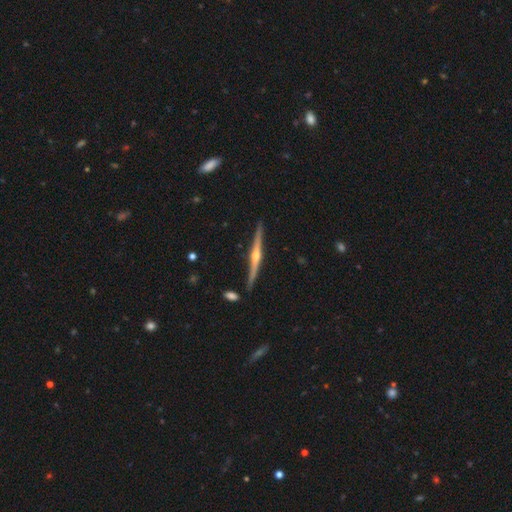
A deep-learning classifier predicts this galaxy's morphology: This appears to be a featured or disk galaxy (85%) viewed edge-on (98%) with a rounded central bulge (93%). Merging: none (89%).